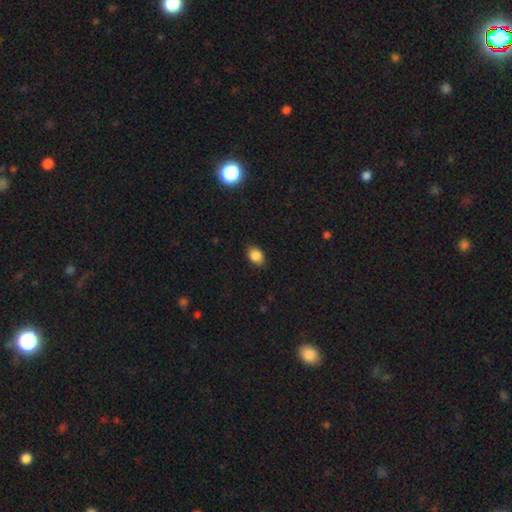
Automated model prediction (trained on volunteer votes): This appears to be a smooth galaxy with no disk features (86%) that is in between round and cigar-shaped (72%). Merging: none (85%).